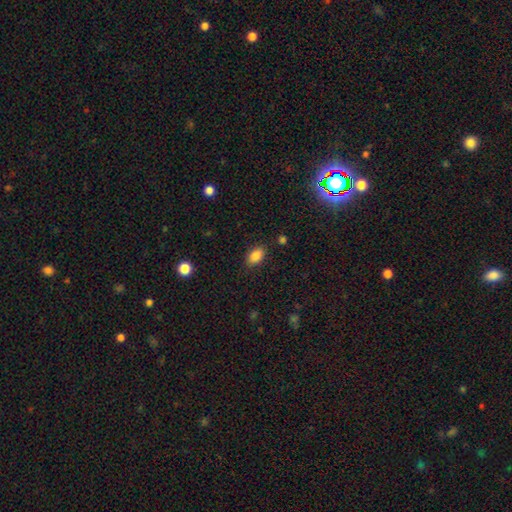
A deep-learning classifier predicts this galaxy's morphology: A smooth galaxy with no disk features (86%) that is in between round and cigar-shaped (87%).

Vote fractions:
- Smooth or featured? smooth: 86% / star or artifact: 9% / featured or disk: 5%
- How rounded? in between: 87% / round: 11% / cigar-shaped: 2%
- Merging? none: 84% / minor disturbance: 12% / major disturbance: 3% / merger: 2%